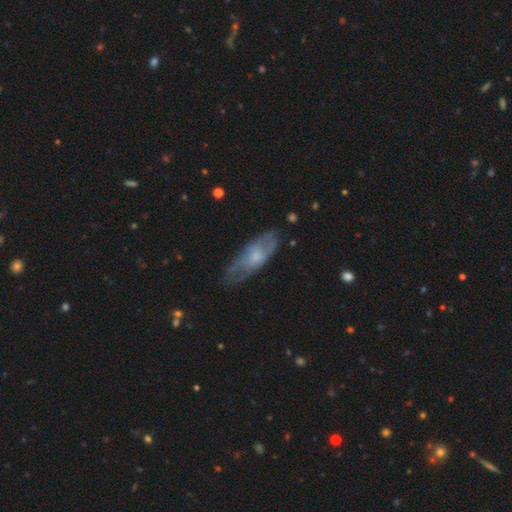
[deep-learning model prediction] The model was most divided on "smooth or featured": featured or disk: 49%, smooth: 43%, star or artifact: 8%. More confident: merging — none (68%).